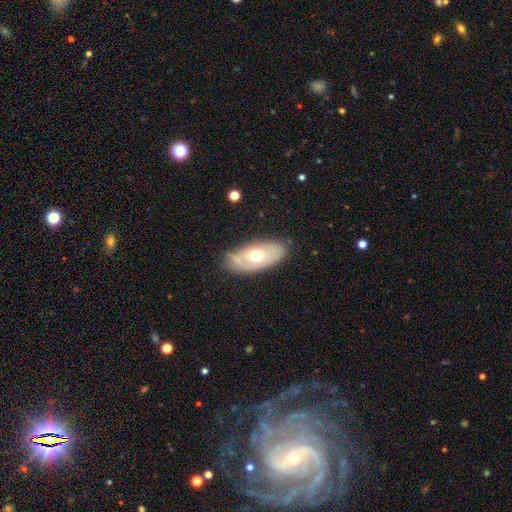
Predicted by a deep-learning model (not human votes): Smooth or featured?
  - smooth: 53% *
  - featured or disk: 40%
  - star or artifact: 6%
How rounded?
  - in between: 90% *
  - round: 5%
  - cigar-shaped: 5%
Merging?
  - none: 73% *
  - minor disturbance: 19%
  - major disturbance: 6%
  - merger: 2%